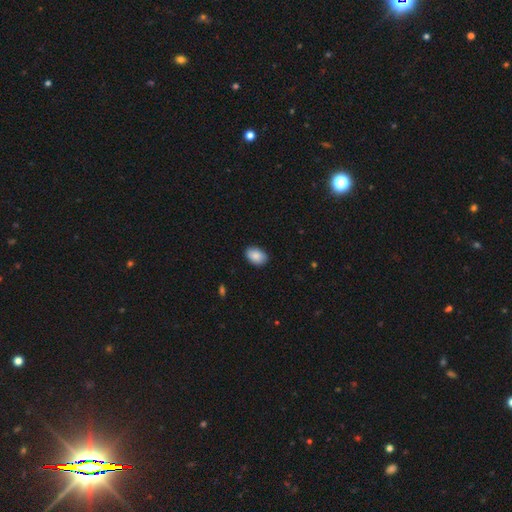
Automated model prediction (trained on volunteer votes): A smooth galaxy with no disk features (88%) that is in between round and cigar-shaped (86%). Merging: none (86%).